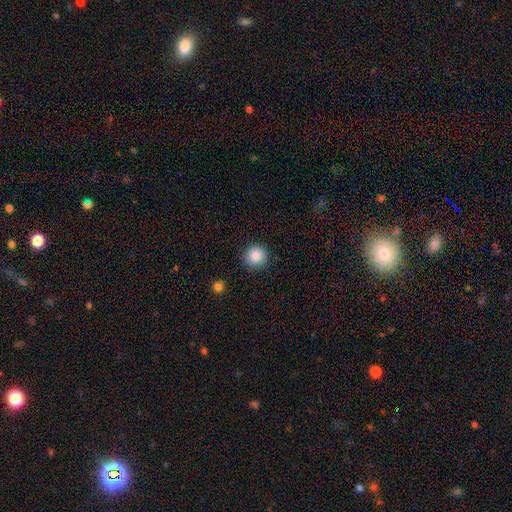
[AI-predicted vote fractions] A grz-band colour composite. It shows a smooth galaxy with no disk features (86%) that is round (95%). Merging: none (91%).